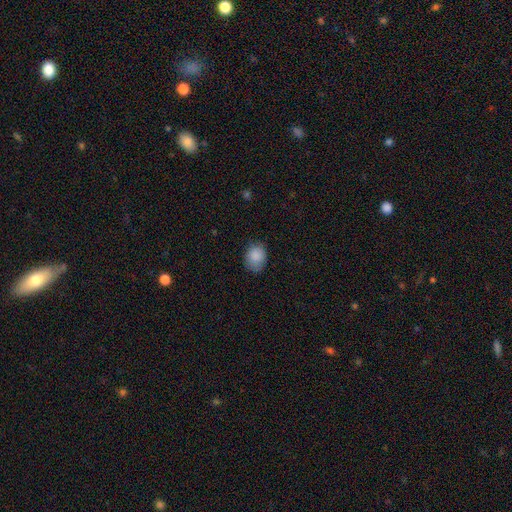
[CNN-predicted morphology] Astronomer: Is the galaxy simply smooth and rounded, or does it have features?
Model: smooth — 87%.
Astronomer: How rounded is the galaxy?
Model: in between — 51% (runner-up: round, 48%).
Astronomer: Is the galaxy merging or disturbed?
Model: none — 74%.